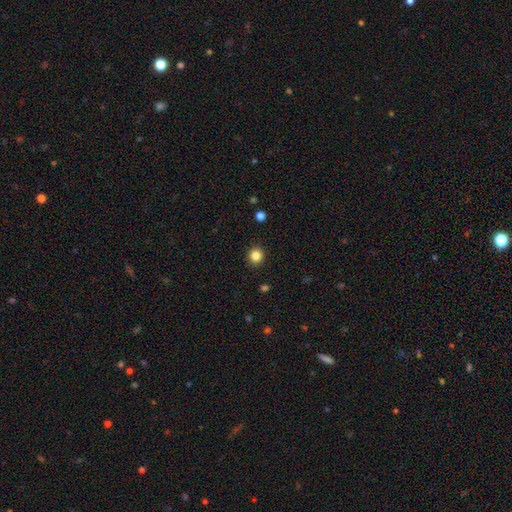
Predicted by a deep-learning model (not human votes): This appears to be a smooth galaxy with no disk features (84%) that is round (91%). Merging: none (92%).